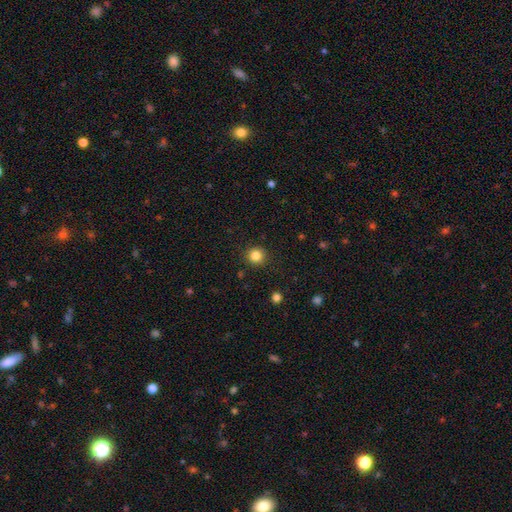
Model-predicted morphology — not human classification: Smooth or featured?
  - smooth: 83% *
  - star or artifact: 12%
  - featured or disk: 5%
How rounded?
  - round: 92% *
  - in between: 7%
  - cigar-shaped: 1%
Merging?
  - none: 90% *
  - minor disturbance: 6%
  - major disturbance: 2%
  - merger: 1%